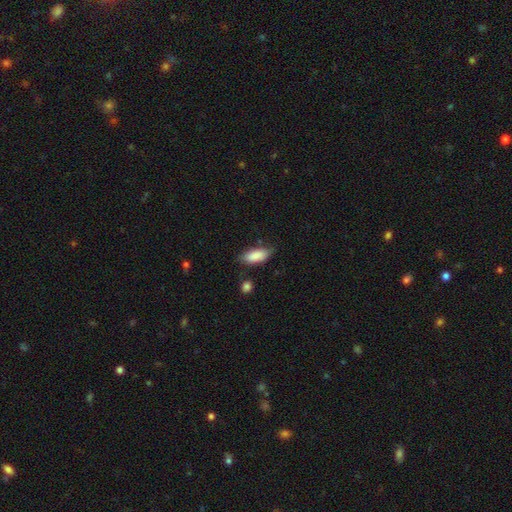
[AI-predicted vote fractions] Smooth or featured? Predicted: smooth (p=0.87). How rounded? Predicted: in between (p=0.84). Merging? Predicted: none (p=0.70).